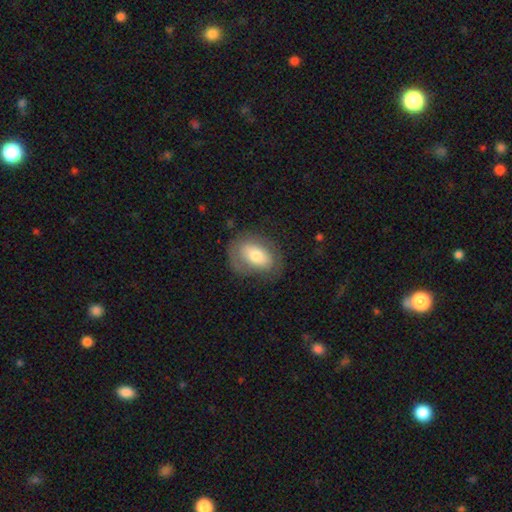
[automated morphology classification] smooth-or-featured: smooth: 60% | featured or disk: 33% | star or artifact: 7%
  how-rounded: in between: 81% | round: 17% | cigar-shaped: 2%
  merging: none: 68% | minor disturbance: 20% | major disturbance: 10% | merger: 1%